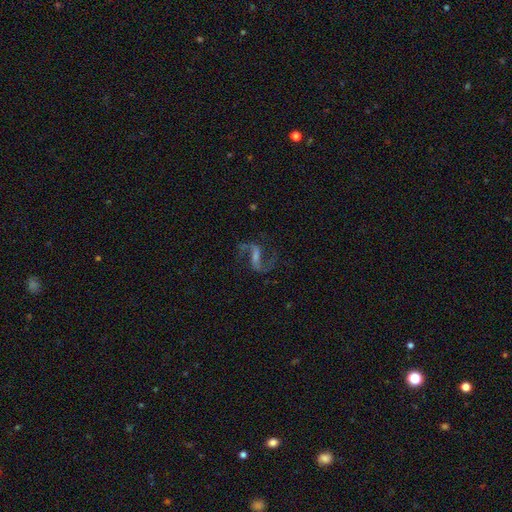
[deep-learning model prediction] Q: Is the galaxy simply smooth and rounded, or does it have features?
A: featured or disk — 88%.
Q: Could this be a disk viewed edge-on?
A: no — 97%.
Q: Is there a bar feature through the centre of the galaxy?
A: strong — 47%.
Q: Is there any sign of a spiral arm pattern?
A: yes — 97%.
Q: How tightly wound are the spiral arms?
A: loose — 62%.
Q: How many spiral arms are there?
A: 2 — 93%.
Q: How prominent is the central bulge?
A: small — 40%.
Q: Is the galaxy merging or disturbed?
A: none — 77%.